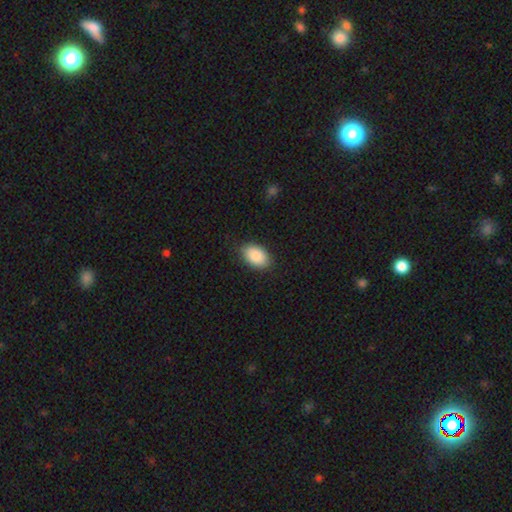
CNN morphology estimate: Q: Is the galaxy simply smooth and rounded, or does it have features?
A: smooth — 88%.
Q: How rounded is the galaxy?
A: in between — 90%.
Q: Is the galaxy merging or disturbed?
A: none — 86%.